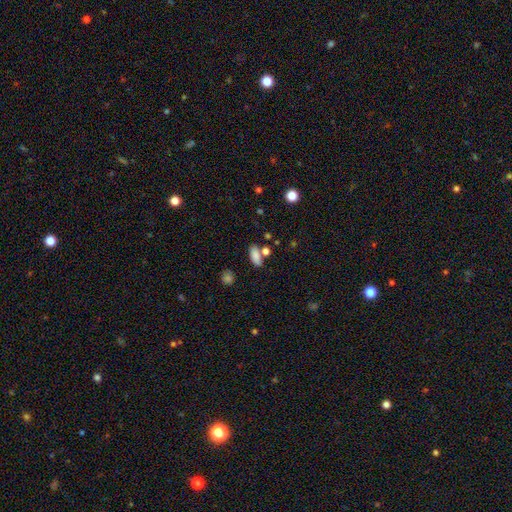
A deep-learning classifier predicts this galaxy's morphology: type=smooth (83%); roundness=in between (80%); merging=none (65%).